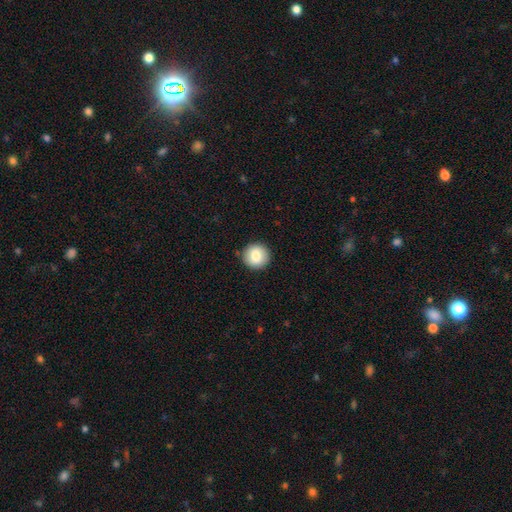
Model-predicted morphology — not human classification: This appears to be a smooth galaxy with no disk features (79%) that is round (92%). Merging: none (90%).